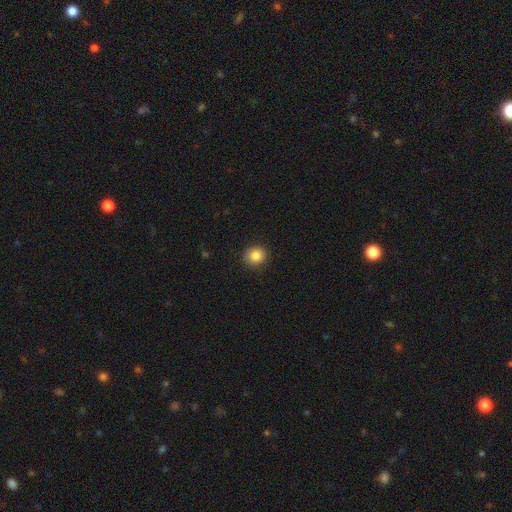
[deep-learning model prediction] Overall: smooth (85%). How rounded: round (87%). Merging: none (89%).